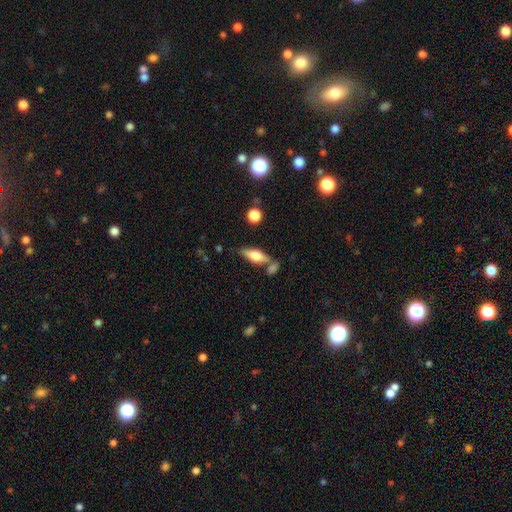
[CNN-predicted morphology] This is possibly a smooth galaxy (54%). How rounded: possibly in between (55%). Merging: likely none (66%).